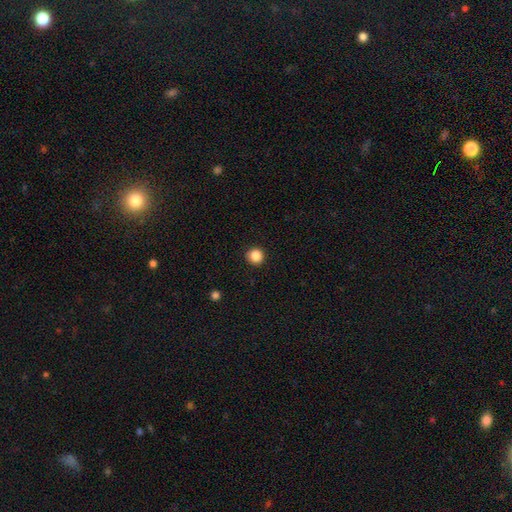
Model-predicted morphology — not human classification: smooth-or-featured: smooth: 87% | star or artifact: 10% | featured or disk: 3%
  how-rounded: round: 93% | in between: 6% | cigar-shaped: 1%
  merging: none: 92% | minor disturbance: 6% | major disturbance: 2% | merger: 1%